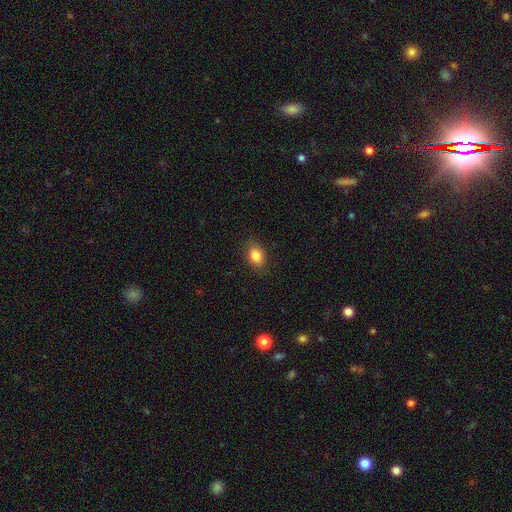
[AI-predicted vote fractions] Smooth or featured? Predicted: smooth (p=0.85). How rounded? Predicted: in between (p=0.81). Merging? Predicted: none (p=0.86).